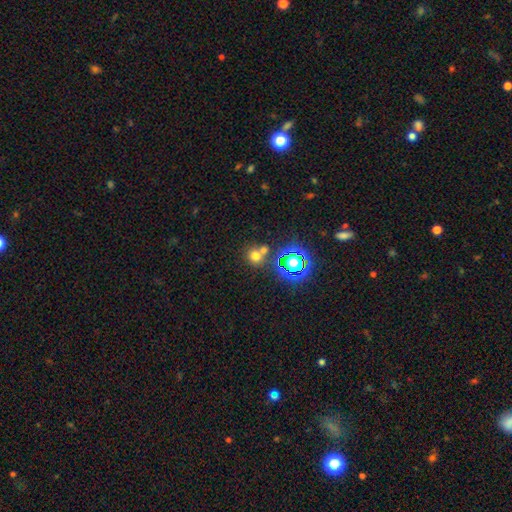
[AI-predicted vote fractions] Overall: smooth (63%; star or artifact 27%). How rounded: round (85%). Merging: none (56%; merger 34%).